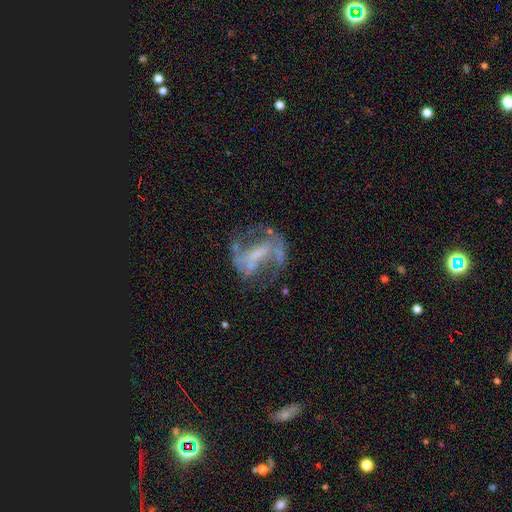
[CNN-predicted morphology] Smooth or featured? Predicted: featured or disk (p=0.80). Edge-on disk? Predicted: no (p=0.96). Bar? Predicted: strong (p=0.48). Spiral arms? Predicted: yes (p=0.77). Spiral winding? Predicted: medium (p=0.45). Spiral arm count? Predicted: 2 (p=0.78). Bulge size? Predicted: none (p=0.40). Merging? Predicted: none (p=0.55).